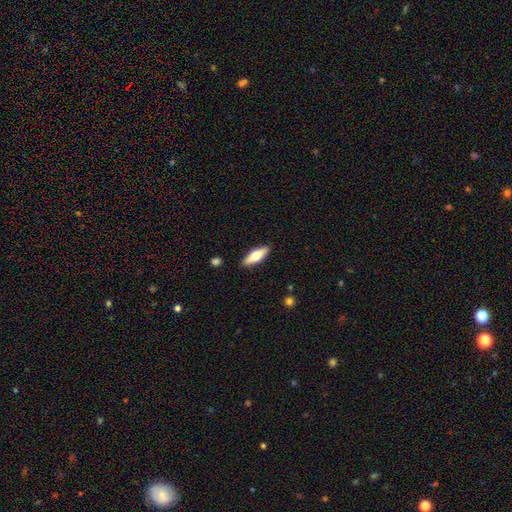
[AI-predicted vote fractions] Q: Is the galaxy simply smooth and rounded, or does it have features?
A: smooth — 56%.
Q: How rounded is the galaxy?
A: in between — 54%.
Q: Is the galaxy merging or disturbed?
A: none — 88%.